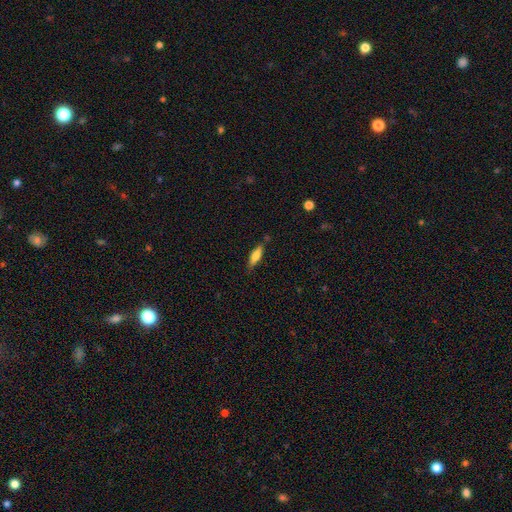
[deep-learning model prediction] Smooth or featured?
  - smooth: 71% *
  - featured or disk: 23%
  - star or artifact: 7%
How rounded?
  - cigar-shaped: 57% *
  - in between: 41%
  - round: 2%
Merging?
  - none: 77% *
  - minor disturbance: 16%
  - merger: 4%
  - major disturbance: 3%